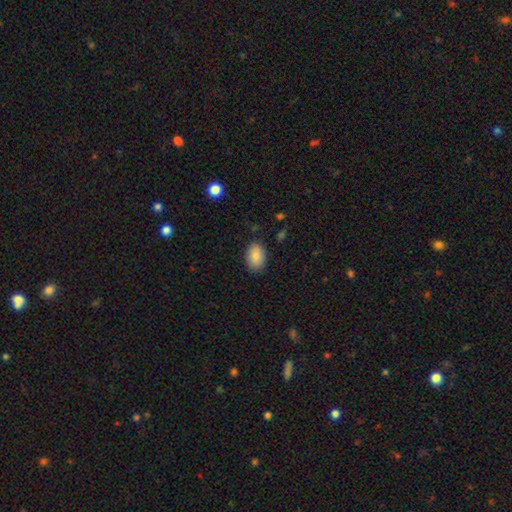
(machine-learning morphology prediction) This appears to be a smooth galaxy with no disk features (85%) that is in between round and cigar-shaped (87%). Merging: none (86%).